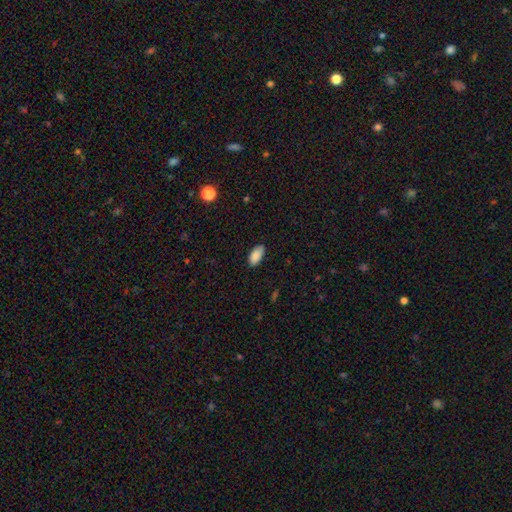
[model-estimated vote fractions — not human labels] This is clearly a smooth galaxy (88%). How rounded: clearly in between (94%). Merging: clearly none (85%).